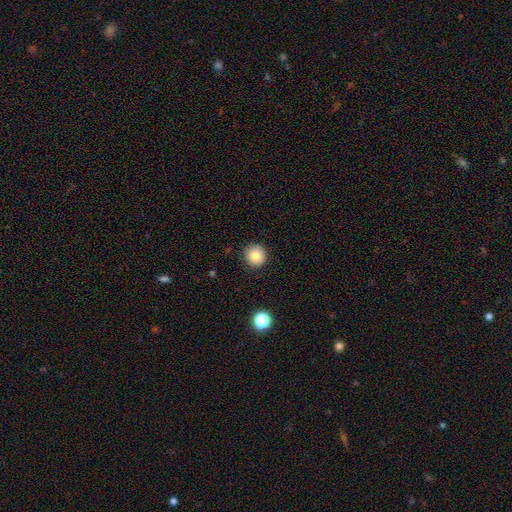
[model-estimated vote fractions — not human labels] Smooth or featured? smooth (84%)
How rounded? round (94%)
Merging? none (91%)